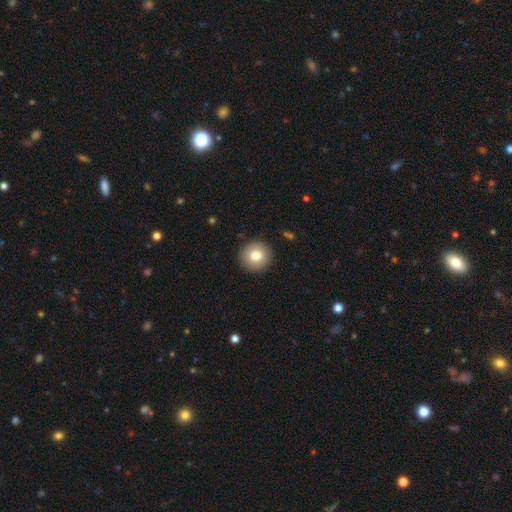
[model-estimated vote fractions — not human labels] The model was most divided on "smooth or featured": smooth: 79%, featured or disk: 12%, star or artifact: 9%. More confident: how rounded — round (94%); merging — none (92%).